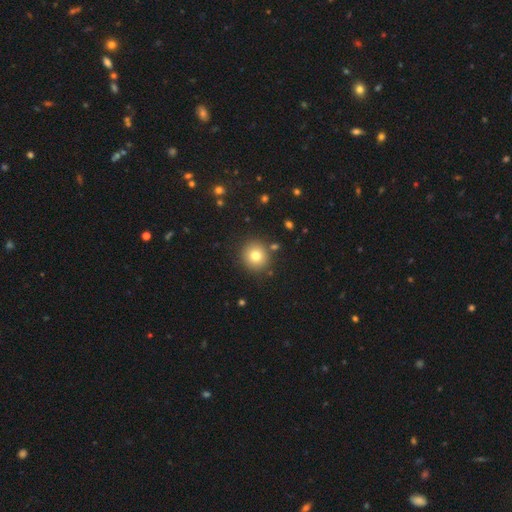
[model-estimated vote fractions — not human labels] Overall: smooth (77%). How rounded: round (92%). Merging: none (88%).